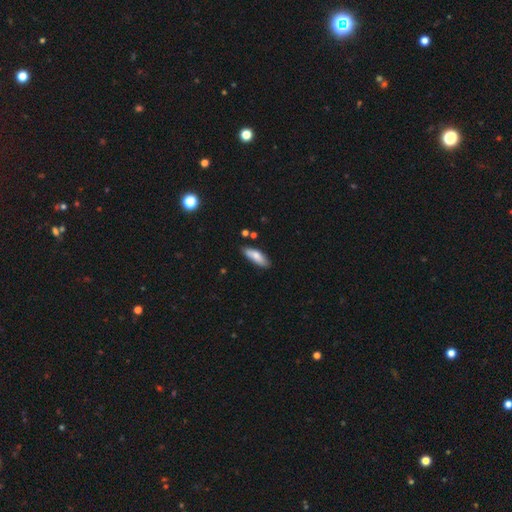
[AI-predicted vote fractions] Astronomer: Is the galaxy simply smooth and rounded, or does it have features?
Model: smooth — 78%.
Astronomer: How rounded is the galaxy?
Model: in between — 59% (runner-up: cigar-shaped, 39%).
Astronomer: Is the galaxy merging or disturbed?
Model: none — 79%.